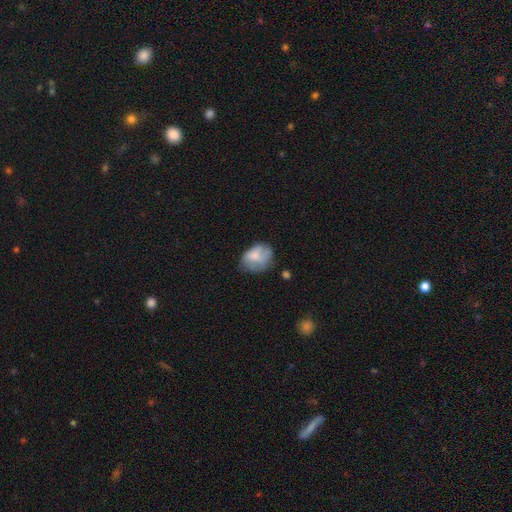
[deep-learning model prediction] Overall: smooth (67%). How rounded: in between (64%; round 35%). Merging: none (48%; minor disturbance 32%).